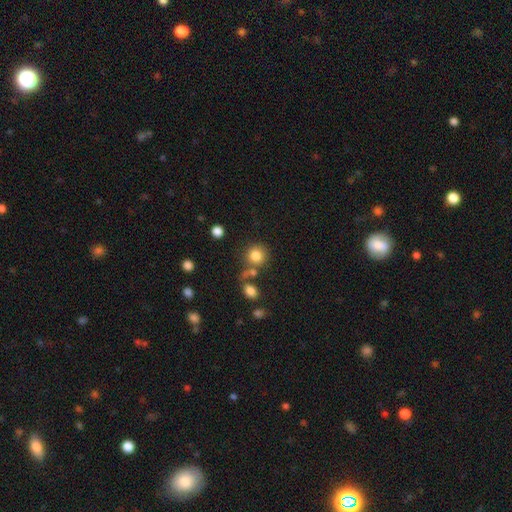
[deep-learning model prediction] Q: Smooth or featured?
A: smooth (82%); runner-up: star or artifact (11%)
Q: How rounded?
A: round (88%); runner-up: in between (11%)
Q: Merging?
A: none (67%); runner-up: merger (15%)